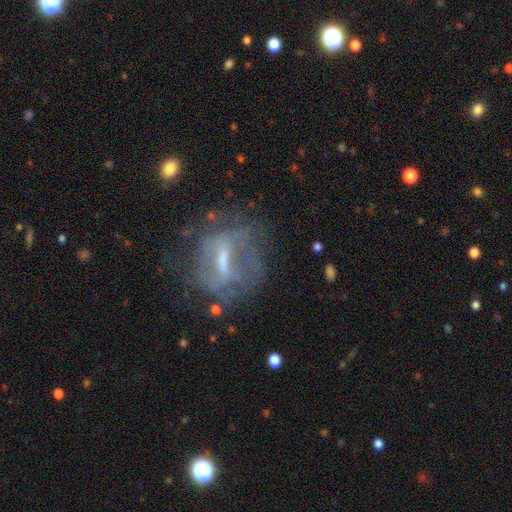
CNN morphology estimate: Smooth or featured?
  - featured or disk: 68% *
  - smooth: 20%
  - star or artifact: 12%
Edge-on disk?
  - no: 85% *
  - yes: 15%
Bar?
  - strong: 50% *
  - weak: 36%
  - no: 14%
Spiral arms?
  - no: 51% *
  - yes: 49%
Bulge size?
  - small: 36% * (tied)
  - moderate: 36% * (tied)
  - none: 22%
  - large: 5%
  - dominant: 1%
Merging?
  - none: 61% *
  - minor disturbance: 19%
  - major disturbance: 17%
  - merger: 3%